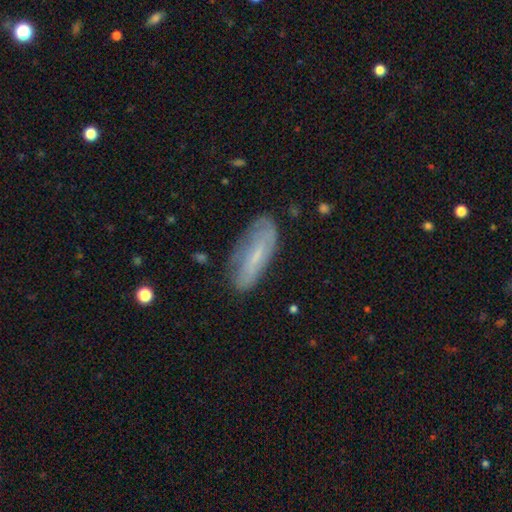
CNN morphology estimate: A smooth galaxy with no disk features (46%, tied with featured or disk). Merging: none (67%).